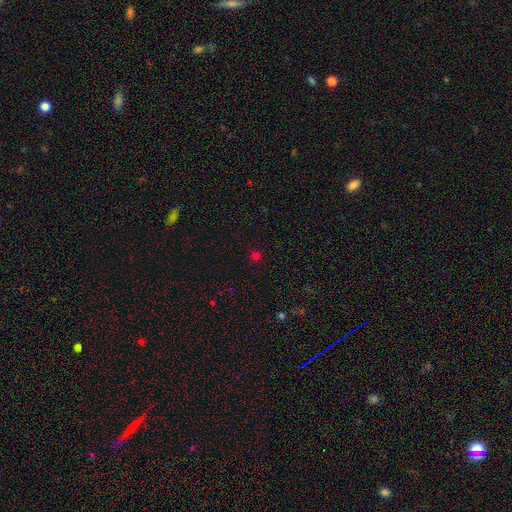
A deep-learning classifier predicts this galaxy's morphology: smooth 66%, star or artifact 29%, featured or disk 5%. Down the decision tree: how rounded — round (92%); merging — none (89%).